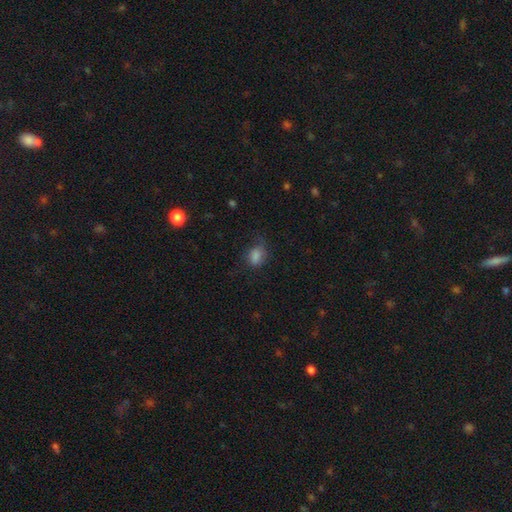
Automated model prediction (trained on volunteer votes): smooth_or_featured: smooth (p=0.76) [alt: star or artifact p=0.14]
how_rounded: in between (p=0.67) [alt: round p=0.31]
merging: none (p=0.49) [alt: minor disturbance p=0.30]